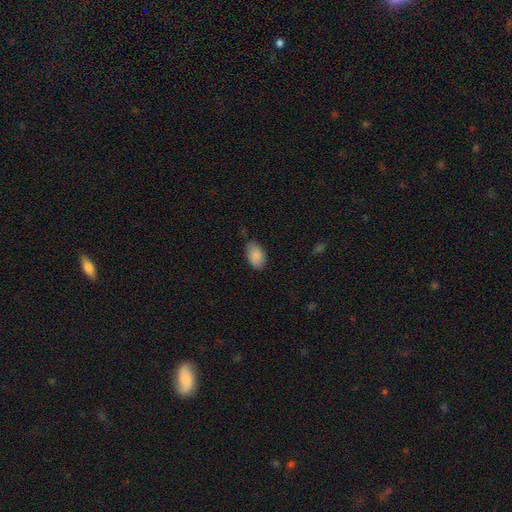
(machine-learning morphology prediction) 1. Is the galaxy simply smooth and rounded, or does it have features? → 89% smooth, 7% star or artifact, 4% featured or disk.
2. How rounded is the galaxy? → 91% in between, 8% round, 1% cigar-shaped.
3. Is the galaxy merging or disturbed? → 74% none, 20% minor disturbance, 4% major disturbance, 2% merger.